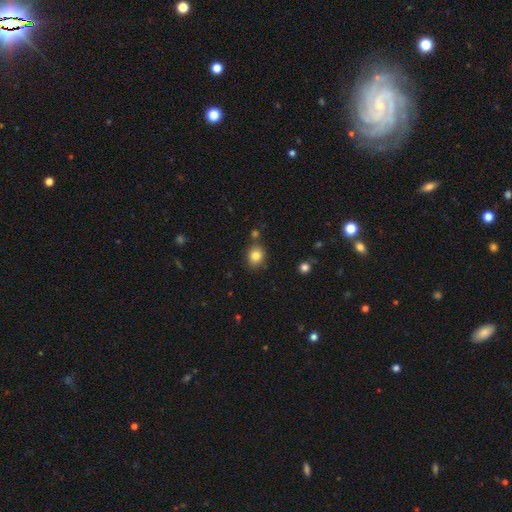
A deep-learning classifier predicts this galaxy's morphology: smooth_or_featured: smooth (p=0.83) [alt: star or artifact p=0.10]
how_rounded: round (p=0.58) [alt: in between p=0.41]
merging: none (p=0.79) [alt: minor disturbance p=0.12]